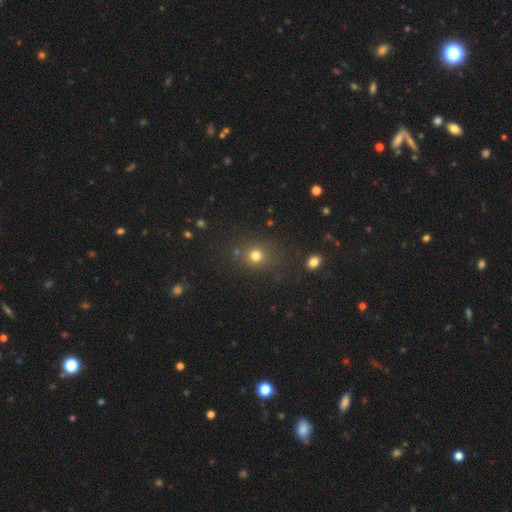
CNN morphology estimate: A smooth galaxy with no disk features (75%) that is round (81%). Merging: none (78%).